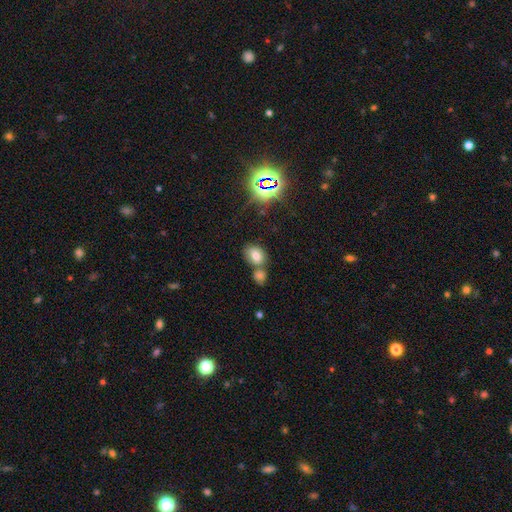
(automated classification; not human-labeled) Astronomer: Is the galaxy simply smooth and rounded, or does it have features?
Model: smooth — 69%.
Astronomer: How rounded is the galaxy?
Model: in between — 69%.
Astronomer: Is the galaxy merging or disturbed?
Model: none — 49% (runner-up: merger, 37%).